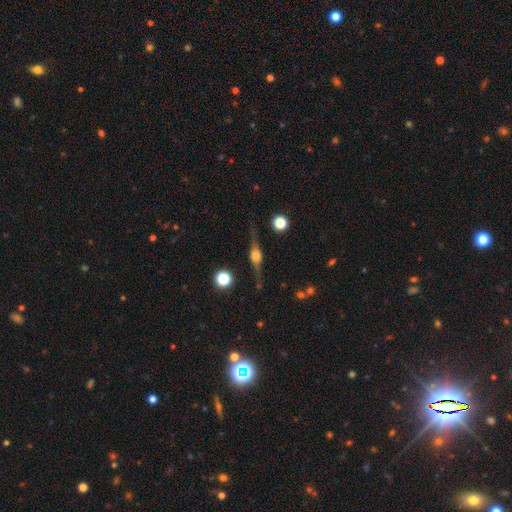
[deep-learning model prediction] smooth-or-featured: featured or disk: 75% | smooth: 17% | star or artifact: 8%
  disk-edge-on: yes: 95% | no: 5%
    edge-on-bulge: rounded: 87% | boxy: 11% | none: 2%
  merging: none: 82% | minor disturbance: 12% | major disturbance: 4% | merger: 2%